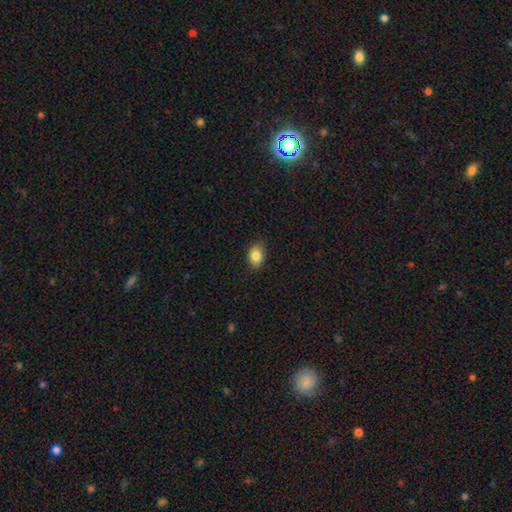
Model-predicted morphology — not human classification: smooth-or-featured: smooth: 85% | star or artifact: 8% | featured or disk: 6%
  how-rounded: in between: 80% | round: 18% | cigar-shaped: 1%
  merging: none: 84% | minor disturbance: 13% | major disturbance: 2% | merger: 1%